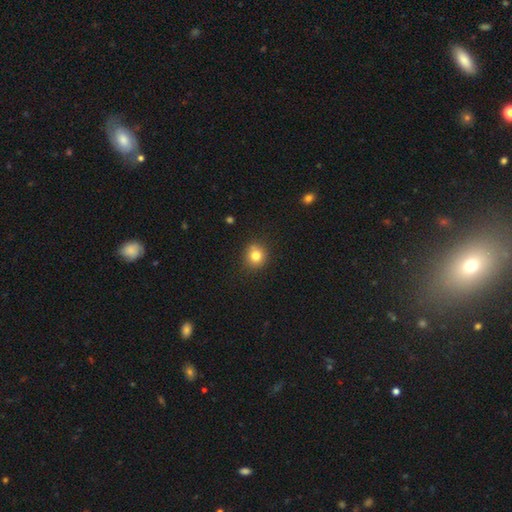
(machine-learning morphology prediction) Smooth or featured? Predicted: smooth (p=0.79). How rounded? Predicted: round (p=0.84). Merging? Predicted: none (p=0.81).